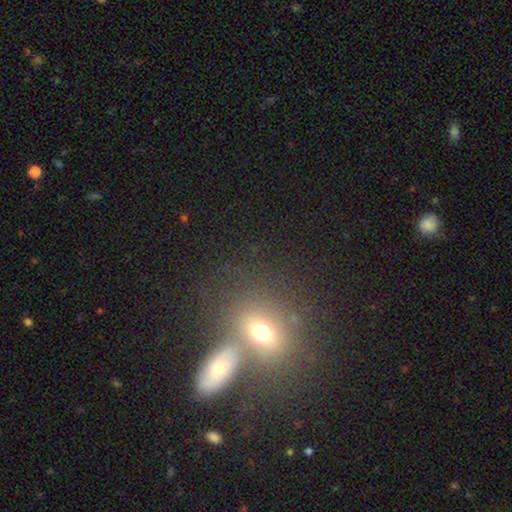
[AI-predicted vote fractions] This appears to be a smooth galaxy with no disk features (57%) that is in between round and cigar-shaped (57%). Merging: merger (48%).